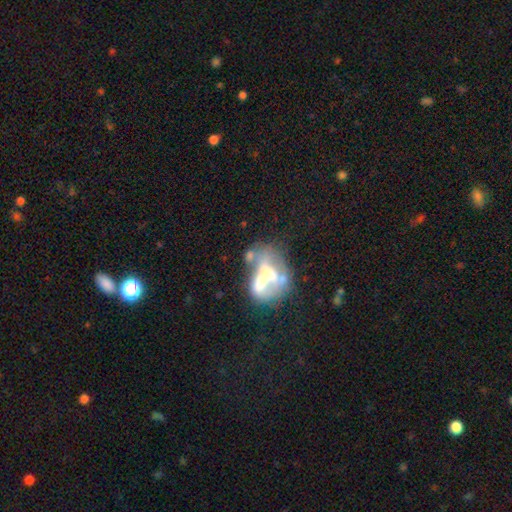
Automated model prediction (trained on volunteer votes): Smooth or featured? Predicted: featured or disk (p=0.54). Edge-on disk? Predicted: no (p=0.96). Bar? Predicted: no (p=0.77). Spiral arms? Predicted: no (p=0.91). Bulge size? Predicted: none (p=0.41). Merging? Predicted: merger (p=0.36).